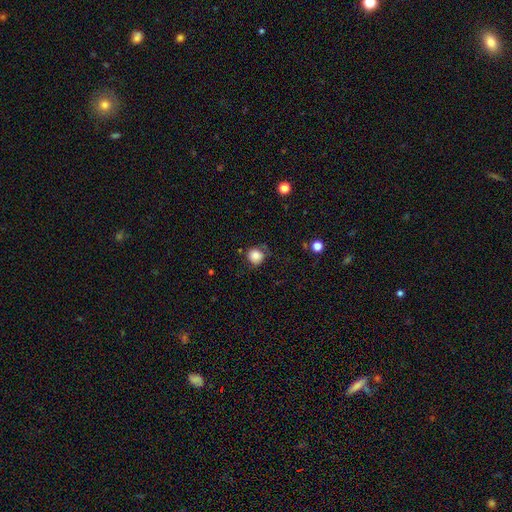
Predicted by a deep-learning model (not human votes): Overall: smooth (83%). How rounded: round (89%). Merging: none (73%).